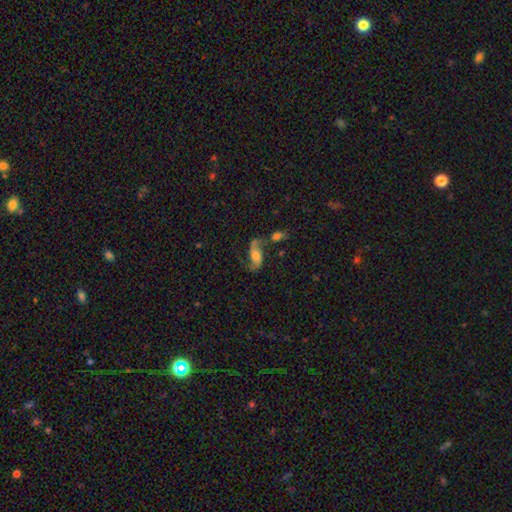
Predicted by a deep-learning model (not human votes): The model was most divided on "bar": no: 55%, weak: 32%, strong: 13%. More confident: edge-on disk — no (93%); spiral arms — yes (93%); spiral arm count — 2 (91%); spiral winding — loose (76%); smooth or featured — featured or disk (75%); bulge size — moderate (56%); merging — none (54%).